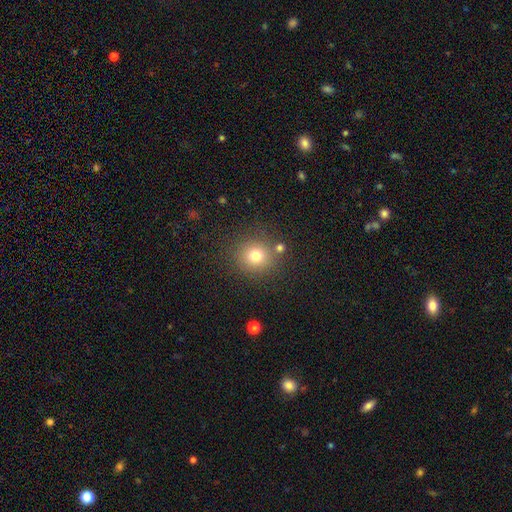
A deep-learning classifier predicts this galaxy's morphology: This appears to be a smooth galaxy with no disk features (76%) that is round (89%). Merging: none (79%).